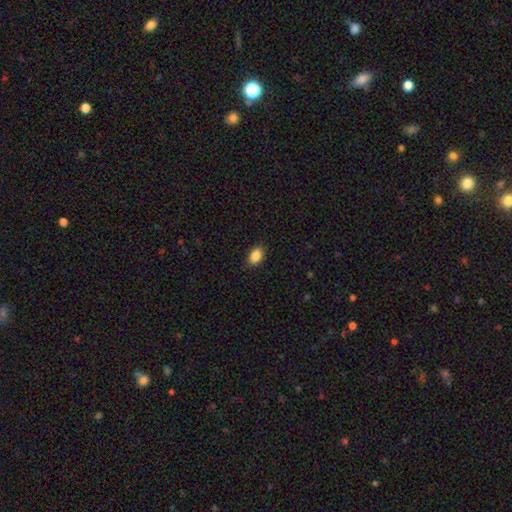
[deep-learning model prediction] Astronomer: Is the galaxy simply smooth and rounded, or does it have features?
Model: smooth — 88%.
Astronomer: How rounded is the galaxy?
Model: in between — 85%.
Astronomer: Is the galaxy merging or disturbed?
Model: none — 87%.